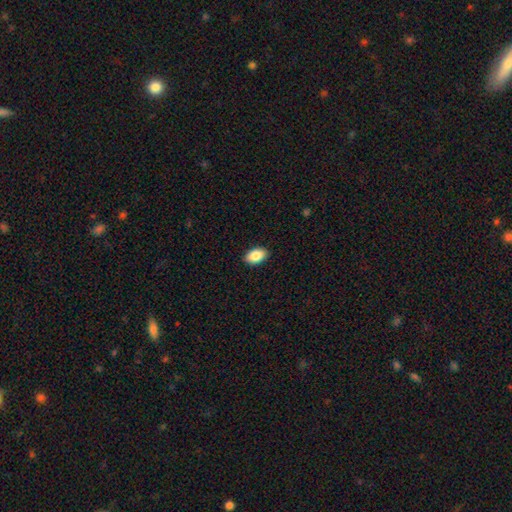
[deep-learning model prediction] This appears to be a smooth galaxy with no disk features (86%) that is in between round and cigar-shaped (90%). Merging: none (90%).